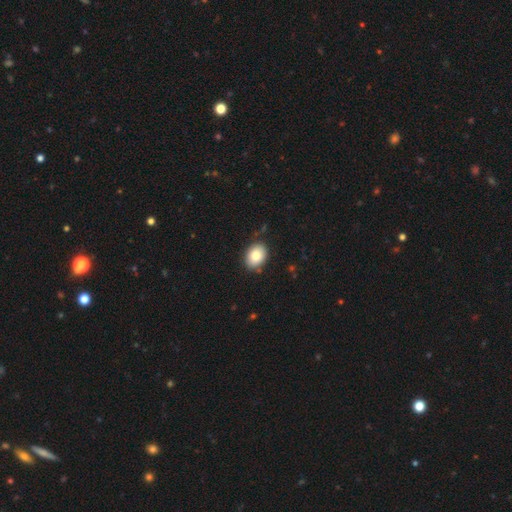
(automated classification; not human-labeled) smooth 83%, featured or disk 9%, star or artifact 8%. Down the decision tree: how rounded — in between (67%); merging — none (85%).